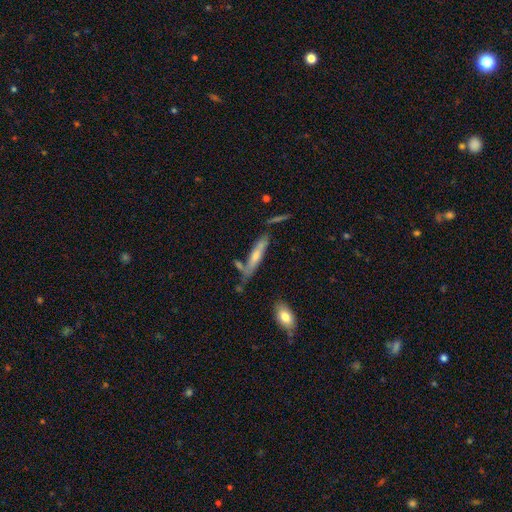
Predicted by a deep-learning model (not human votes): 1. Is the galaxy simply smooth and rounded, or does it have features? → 51% featured or disk, 41% smooth, 8% star or artifact.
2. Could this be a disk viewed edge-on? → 71% yes, 29% no.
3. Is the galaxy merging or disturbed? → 61% none, 22% minor disturbance, 10% merger, 7% major disturbance.